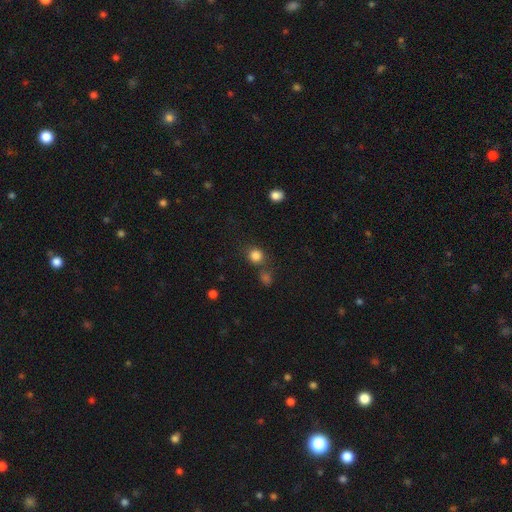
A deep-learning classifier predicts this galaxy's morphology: Smooth or featured? Predicted: smooth (p=0.82). How rounded? Predicted: round (p=0.85). Merging? Predicted: none (p=0.67).